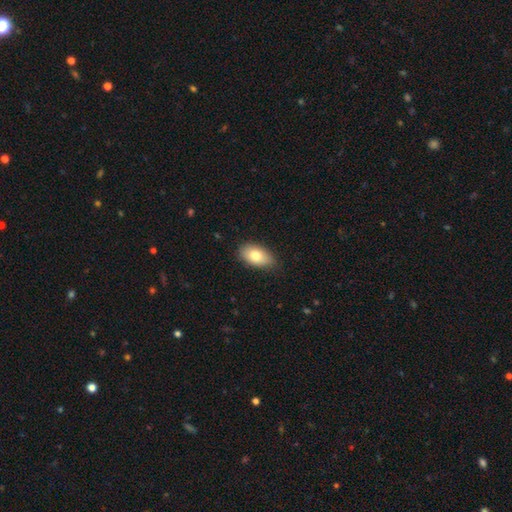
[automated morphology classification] Smooth or featured: smooth — 78% (featured or disk — 15%)
How rounded: in between — 92% (round — 5%)
Merging: none — 82% (minor disturbance — 15%)